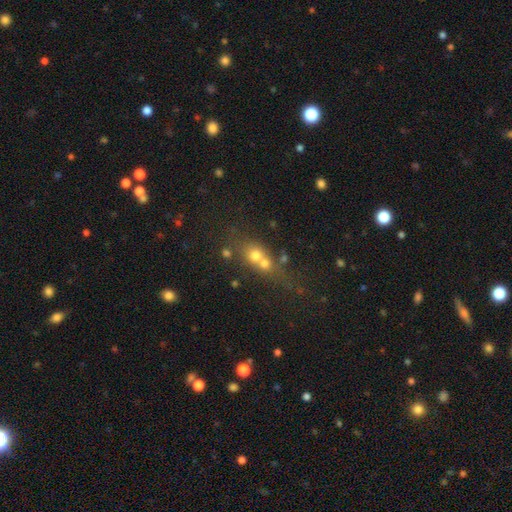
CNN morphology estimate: type=smooth (64%); roundness=round (68%); merging=merger (60%).